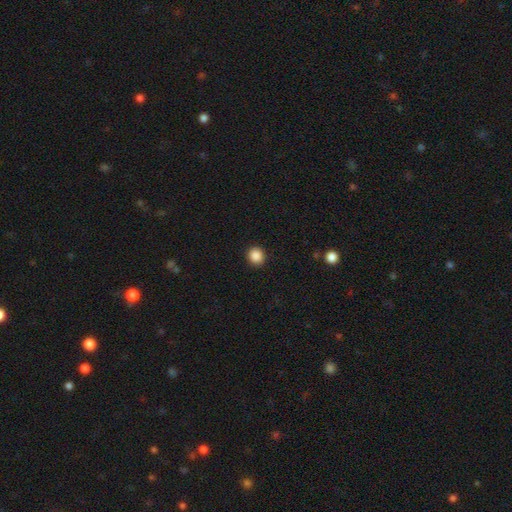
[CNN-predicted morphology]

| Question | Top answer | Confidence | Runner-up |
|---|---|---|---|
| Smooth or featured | smooth | 88% | star or artifact (10%) |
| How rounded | round | 89% | in between (10%) |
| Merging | none | 92% | minor disturbance (5%) |